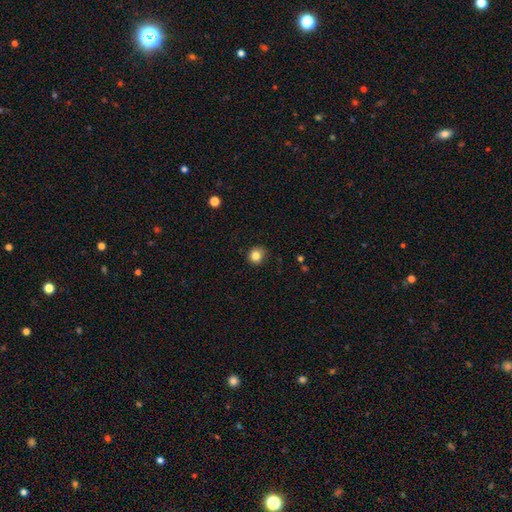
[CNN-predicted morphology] This appears to be a smooth galaxy with no disk features (83%) that is round (85%). Merging: none (82%).